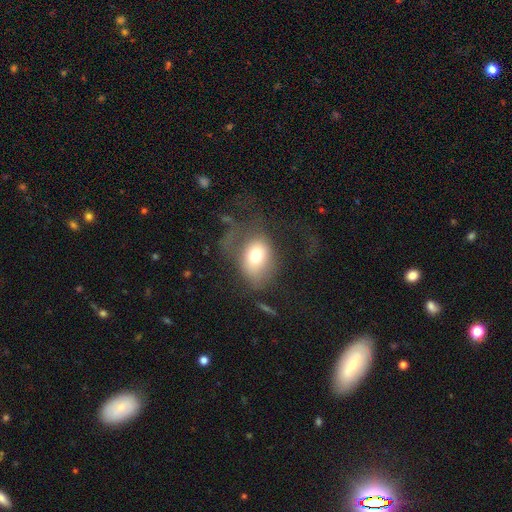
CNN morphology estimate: A smooth galaxy with no disk features (69%) that is in between round and cigar-shaped (65%). Merging: major disturbance (39%).